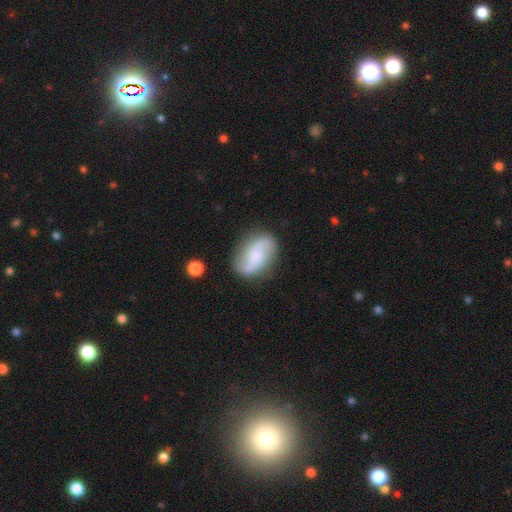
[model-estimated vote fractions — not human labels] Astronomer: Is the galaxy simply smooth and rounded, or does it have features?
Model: featured or disk — 68%.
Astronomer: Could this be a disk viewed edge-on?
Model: no — 97%.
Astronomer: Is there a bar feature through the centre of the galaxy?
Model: no — 53% (runner-up: weak, 36%).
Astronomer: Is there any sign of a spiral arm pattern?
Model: yes — 94%.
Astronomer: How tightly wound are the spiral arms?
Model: loose — 56% (runner-up: medium, 33%).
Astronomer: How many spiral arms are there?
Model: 2 — 91%.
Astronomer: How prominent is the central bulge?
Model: small — 43% (runner-up: moderate, 26%).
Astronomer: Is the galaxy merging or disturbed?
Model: none — 80%.